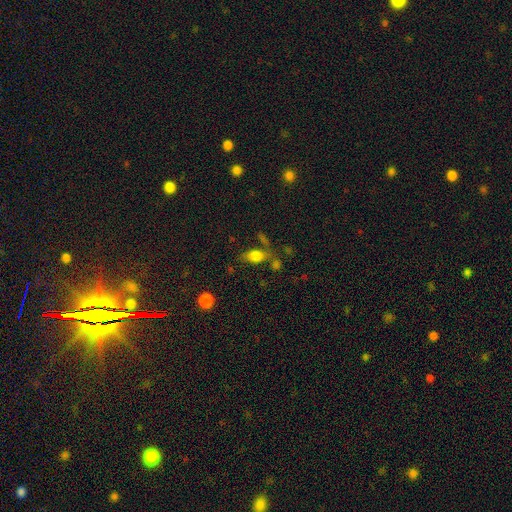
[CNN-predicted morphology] smooth-or-featured: smooth: 77% | star or artifact: 12% | featured or disk: 11%
  how-rounded: in between: 83% | round: 12% | cigar-shaped: 5%
  merging: none: 58% | minor disturbance: 18% | merger: 15% | major disturbance: 9%